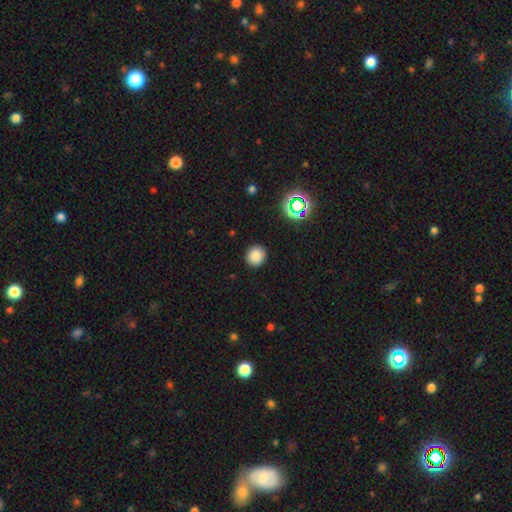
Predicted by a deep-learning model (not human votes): Smooth or featured? smooth (83%)
How rounded? round (90%)
Merging? none (91%)